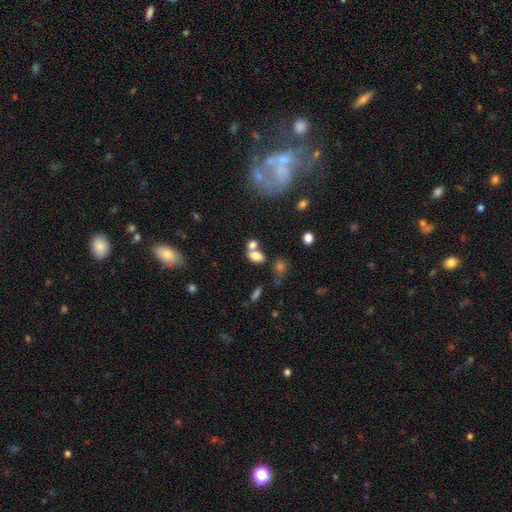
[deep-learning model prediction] This appears to be a smooth galaxy with no disk features (76%) that is in between round and cigar-shaped (76%). Merging: merger (44%).